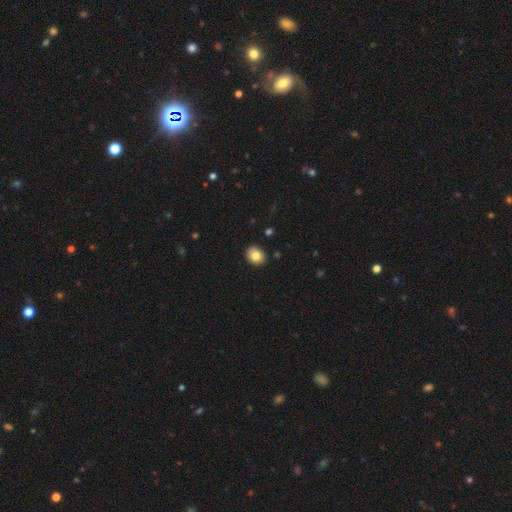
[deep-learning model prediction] A smooth galaxy with no disk features (83%) that is round (66%).

Vote fractions:
- Smooth or featured? smooth: 83% / star or artifact: 9% / featured or disk: 8%
- How rounded? round: 66% / in between: 33% / cigar-shaped: 1%
- Merging? none: 90% / minor disturbance: 7% / major disturbance: 2% / merger: 1%